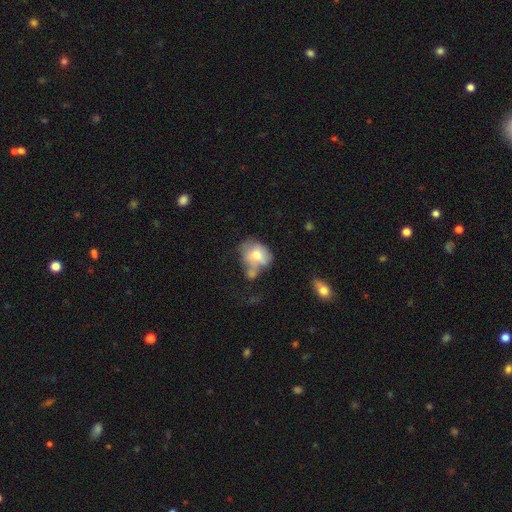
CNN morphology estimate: Overall: smooth (64%; featured or disk 27%). How rounded: in between (52%; round 47%). Merging: merger (32%; none 29%).